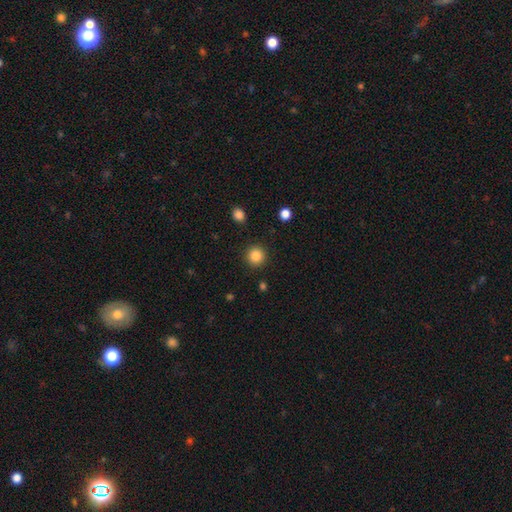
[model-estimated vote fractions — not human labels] This is clearly a smooth galaxy (86%). How rounded: clearly round (93%). Merging: clearly none (90%).